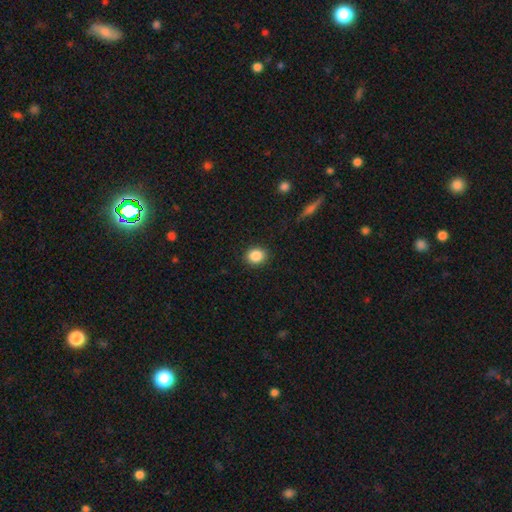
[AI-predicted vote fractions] Smooth or featured?
  - smooth: 87% *
  - star or artifact: 9%
  - featured or disk: 4%
How rounded?
  - round: 66% *
  - in between: 33%
  - cigar-shaped: 1%
Merging?
  - none: 89% *
  - minor disturbance: 7%
  - major disturbance: 2%
  - merger: 1%